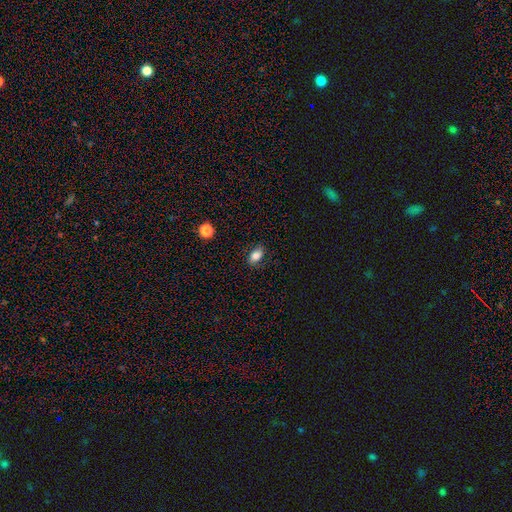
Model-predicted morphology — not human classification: smooth_or_featured: smooth (p=0.79) [alt: featured or disk p=0.11]
how_rounded: in between (p=0.86) [alt: round p=0.11]
merging: none (p=0.82) [alt: minor disturbance p=0.13]